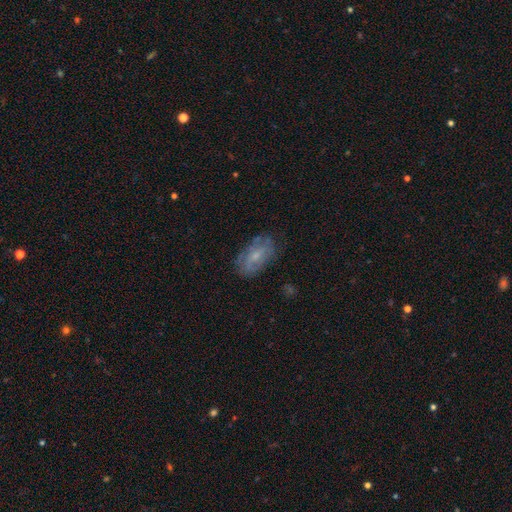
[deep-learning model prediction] featured or disk 47%, smooth 44%, star or artifact 9%. Down the decision tree: merging — none (71%).